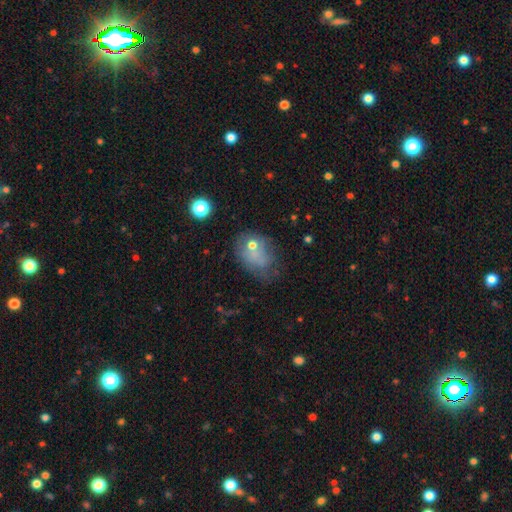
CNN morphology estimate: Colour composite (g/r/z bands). It shows a smooth galaxy with no disk features (57%) that is in between round and cigar-shaped (65%). Merging: none (31%).